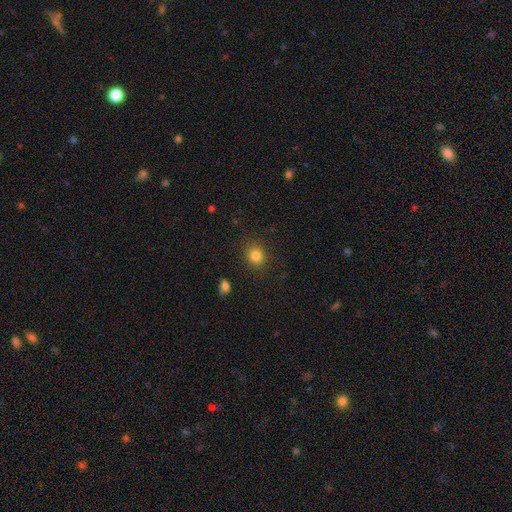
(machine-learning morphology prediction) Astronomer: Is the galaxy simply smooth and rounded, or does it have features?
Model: smooth — 83%.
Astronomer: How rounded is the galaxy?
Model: round — 81%.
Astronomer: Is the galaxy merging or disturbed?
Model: none — 87%.